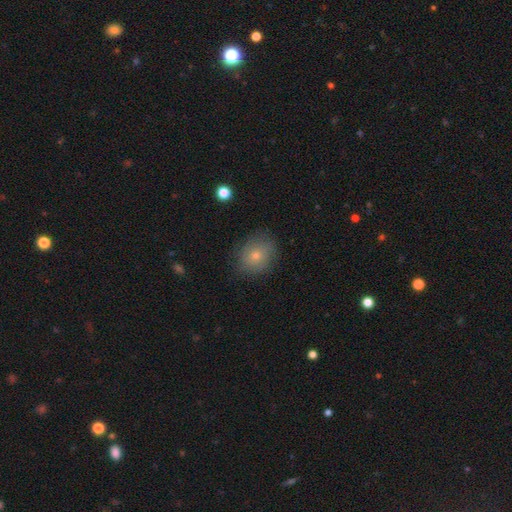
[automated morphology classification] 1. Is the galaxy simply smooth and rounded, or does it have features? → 66% smooth, 21% featured or disk, 13% star or artifact.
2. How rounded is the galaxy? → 62% round, 37% in between, 1% cigar-shaped.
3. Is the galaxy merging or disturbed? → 79% none, 15% minor disturbance, 5% major disturbance, 1% merger.